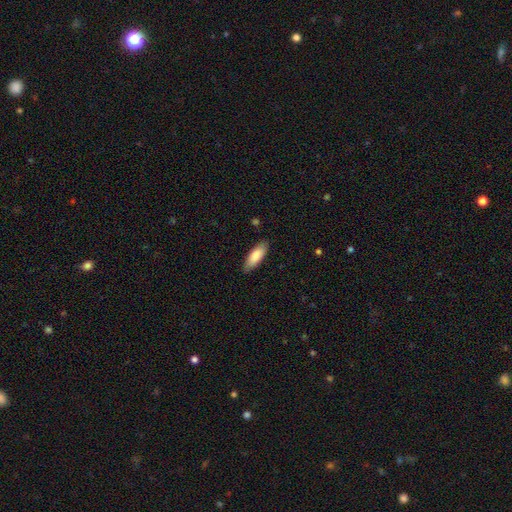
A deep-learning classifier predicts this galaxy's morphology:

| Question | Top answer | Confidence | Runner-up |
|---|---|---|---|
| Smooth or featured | smooth | 84% | featured or disk (10%) |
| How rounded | in between | 65% | cigar-shaped (34%) |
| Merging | none | 85% | minor disturbance (12%) |